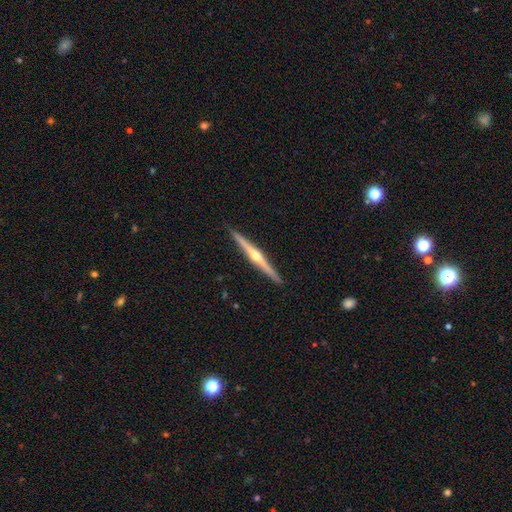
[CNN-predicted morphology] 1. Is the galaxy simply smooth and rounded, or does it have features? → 82% featured or disk, 13% smooth, 5% star or artifact.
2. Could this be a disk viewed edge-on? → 99% yes, 1% no.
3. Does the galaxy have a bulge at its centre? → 92% rounded, 5% none, 3% boxy.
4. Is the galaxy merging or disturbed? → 93% none, 5% minor disturbance, 1% major disturbance, 1% merger.